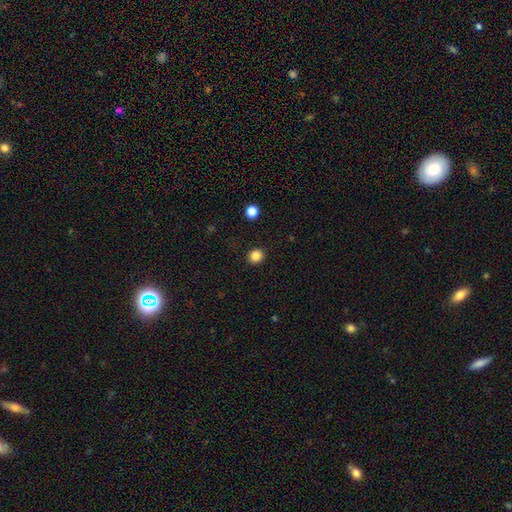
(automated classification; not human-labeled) Q: Smooth or featured?
A: smooth (85%); runner-up: star or artifact (11%)
Q: How rounded?
A: round (76%); runner-up: in between (23%)
Q: Merging?
A: none (91%); runner-up: minor disturbance (6%)